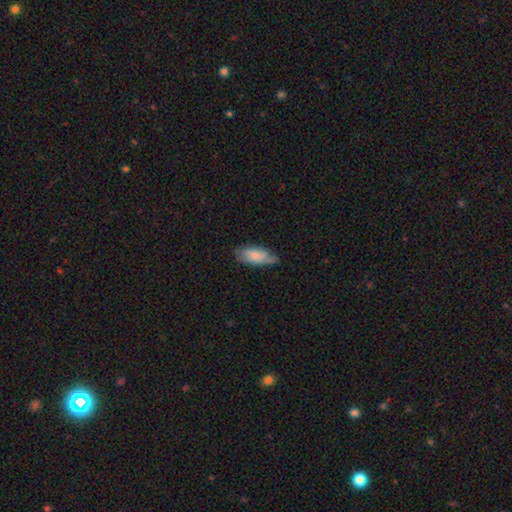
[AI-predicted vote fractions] A smooth galaxy with no disk features (71%) that is in between round and cigar-shaped (83%). Merging: none (61%).